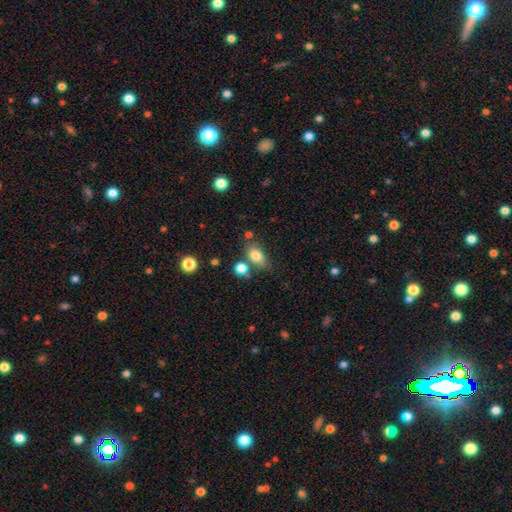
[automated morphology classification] Smooth or featured?
  - smooth: 81% *
  - star or artifact: 10%
  - featured or disk: 9%
How rounded?
  - in between: 81% *
  - round: 17%
  - cigar-shaped: 2%
Merging?
  - none: 65% *
  - merger: 15%
  - minor disturbance: 15%
  - major disturbance: 5%